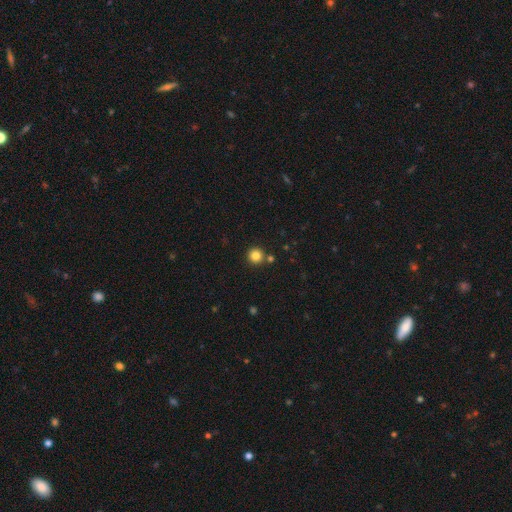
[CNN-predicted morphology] smooth 83%, star or artifact 12%, featured or disk 5%. Down the decision tree: how rounded — round (95%); merging — none (85%).